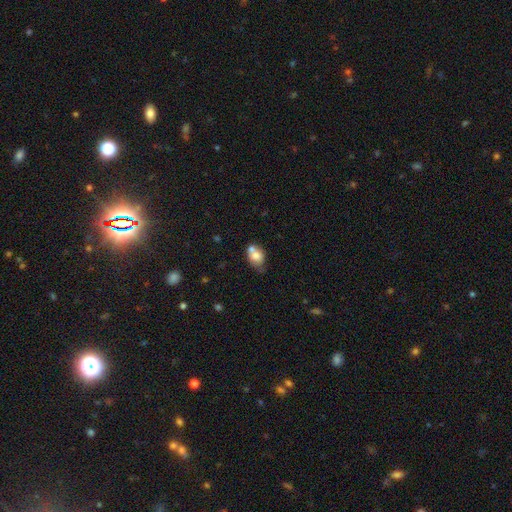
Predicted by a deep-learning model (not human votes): smooth-or-featured: smooth: 73% | featured or disk: 18% | star or artifact: 9%
  how-rounded: in between: 70% | round: 29% | cigar-shaped: 1%
  merging: merger: 37% | none: 34% | minor disturbance: 21% | major disturbance: 9%